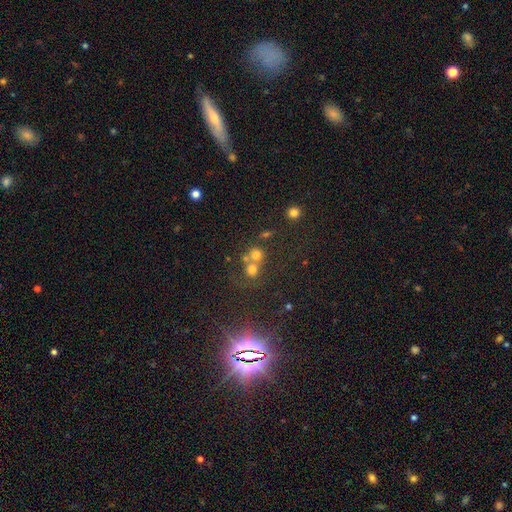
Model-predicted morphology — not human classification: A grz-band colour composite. It shows a smooth galaxy with no disk features (59%) that is round (84%). Merging: merger (48%).